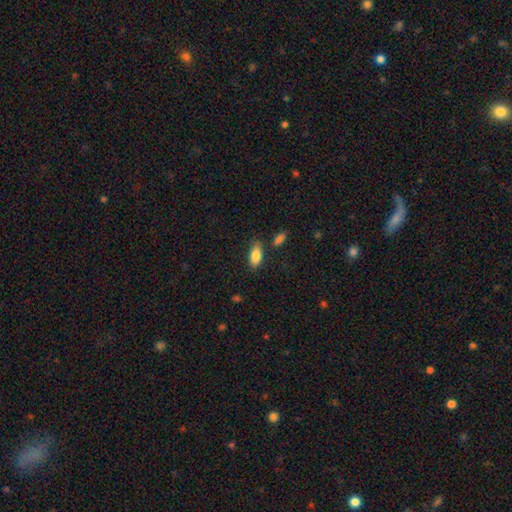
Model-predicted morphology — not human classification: A smooth galaxy with no disk features (85%) that is in between round and cigar-shaped (89%).

Vote fractions:
- Smooth or featured? smooth: 85% / featured or disk: 8% / star or artifact: 7%
- How rounded? in between: 89% / cigar-shaped: 8% / round: 3%
- Merging? none: 77% / minor disturbance: 15% / merger: 5% / major disturbance: 3%